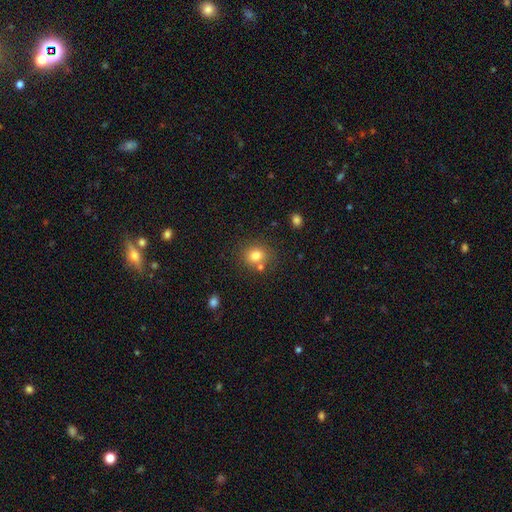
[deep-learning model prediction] A smooth galaxy with no disk features (79%) that is round (73%). Merging: none (71%).